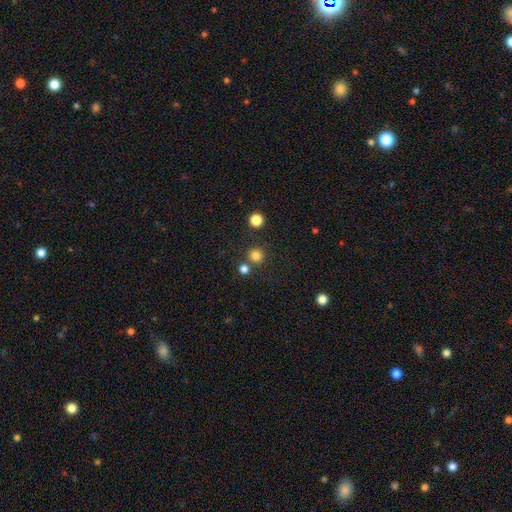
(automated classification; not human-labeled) smooth 80%, star or artifact 15%, featured or disk 5%. Down the decision tree: how rounded — round (95%); merging — none (81%).